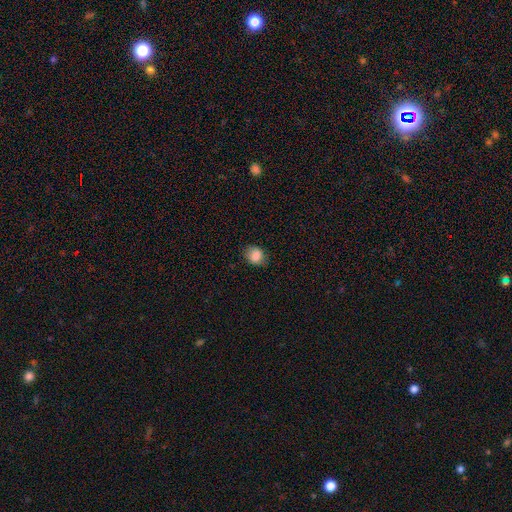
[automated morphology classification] This appears to be a smooth galaxy with no disk features (85%) that is round (55%). Merging: none (77%).